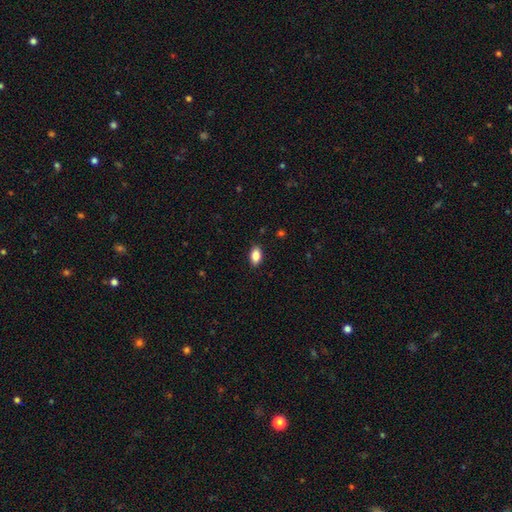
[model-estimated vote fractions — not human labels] Smooth or featured? smooth (86%)
How rounded? in between (90%)
Merging? none (87%)